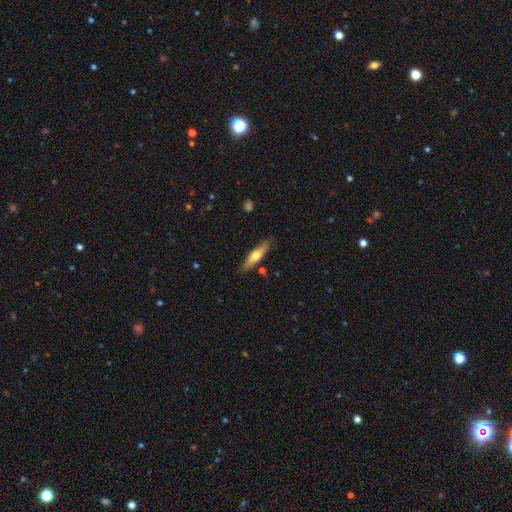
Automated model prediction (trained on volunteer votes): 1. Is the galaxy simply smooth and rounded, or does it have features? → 55% smooth, 40% featured or disk, 6% star or artifact.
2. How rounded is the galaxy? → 70% cigar-shaped, 28% in between, 2% round.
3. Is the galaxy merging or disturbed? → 83% none, 12% minor disturbance, 3% merger, 2% major disturbance.